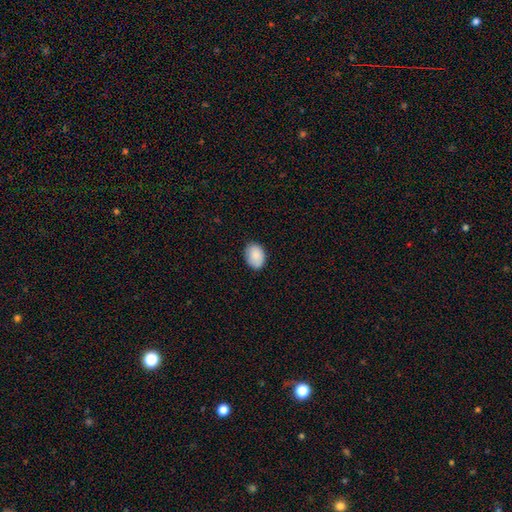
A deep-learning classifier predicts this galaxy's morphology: This appears to be a smooth galaxy with no disk features (89%) that is in between round and cigar-shaped (80%). Merging: none (83%).